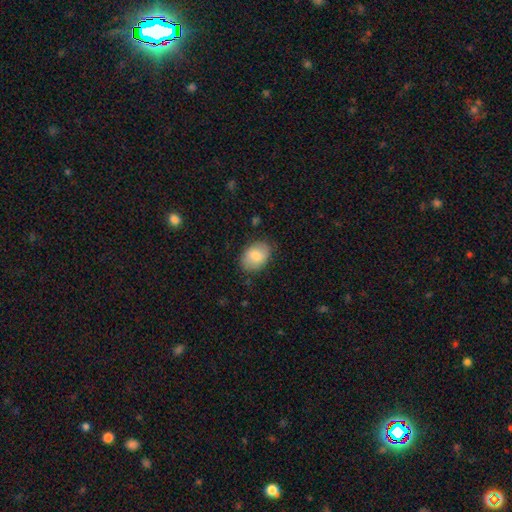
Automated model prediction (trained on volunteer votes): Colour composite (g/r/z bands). It shows a smooth galaxy with no disk features (81%) that is in between round and cigar-shaped (78%). Merging: none (81%).